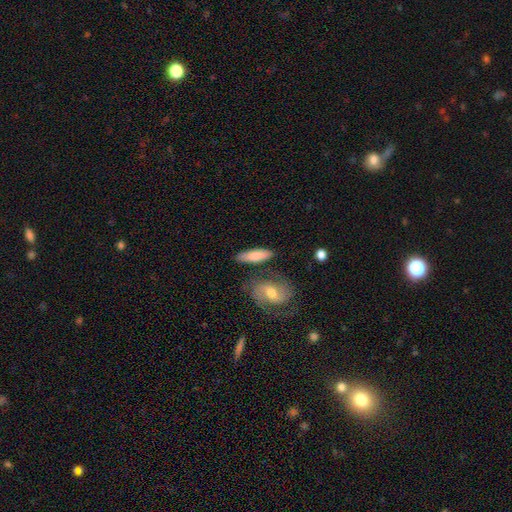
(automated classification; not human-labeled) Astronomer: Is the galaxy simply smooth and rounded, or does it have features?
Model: smooth — 72%.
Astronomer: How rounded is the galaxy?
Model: in between — 50% (runner-up: cigar-shaped, 47%).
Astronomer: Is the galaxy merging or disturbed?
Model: none — 75%.